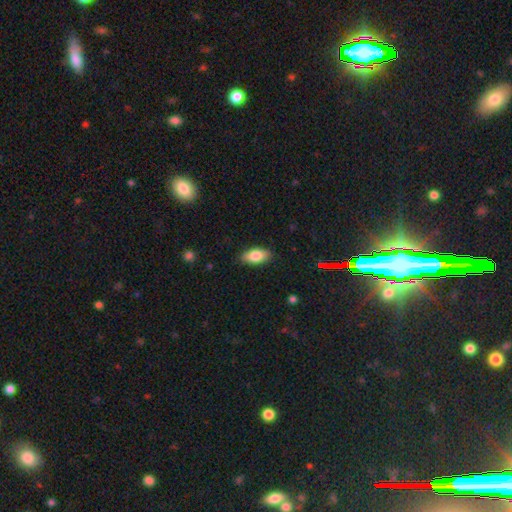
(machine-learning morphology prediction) Smooth or featured: smooth — 83% (featured or disk — 10%)
How rounded: in between — 90% (cigar-shaped — 7%)
Merging: none — 87% (minor disturbance — 10%)